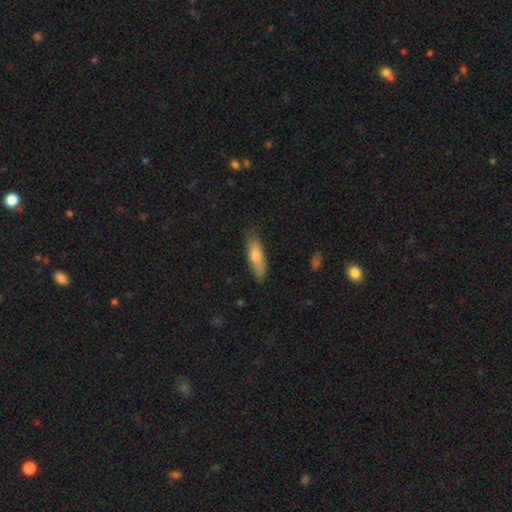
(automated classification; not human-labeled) This appears to be a smooth galaxy with no disk features (73%) that is cigar-shaped (60%). Merging: none (77%).